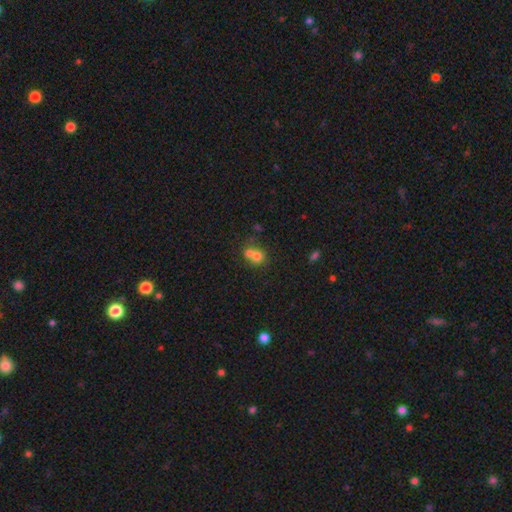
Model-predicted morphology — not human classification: Q: Smooth or featured?
A: smooth (70%); runner-up: featured or disk (17%)
Q: How rounded?
A: round (76%); runner-up: in between (23%)
Q: Merging?
A: merger (62%); runner-up: none (29%)